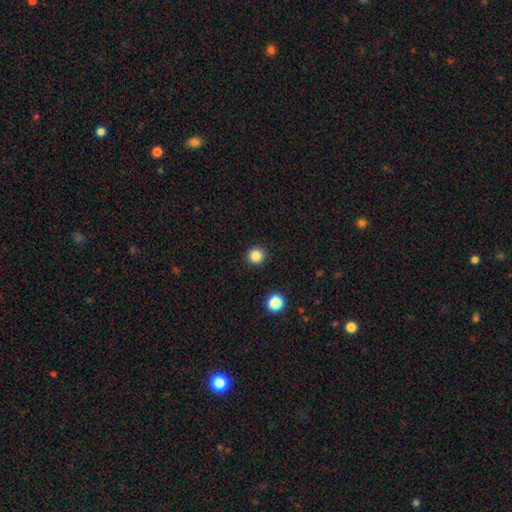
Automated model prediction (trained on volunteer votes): This appears to be a smooth galaxy with no disk features (85%) that is round (95%). Merging: none (92%).